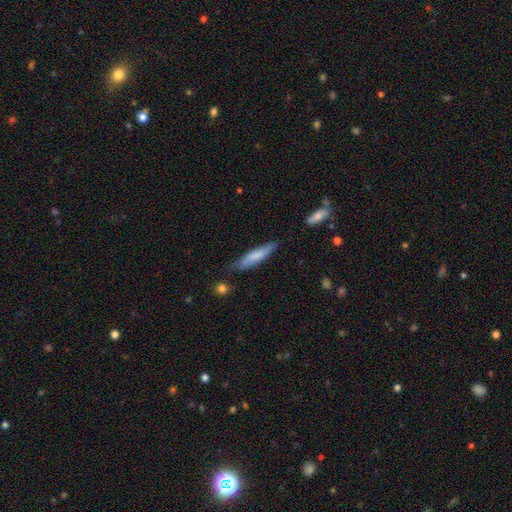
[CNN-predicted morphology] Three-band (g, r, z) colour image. It shows a smooth galaxy with no disk features (73%) that is cigar-shaped (82%). Merging: none (70%).